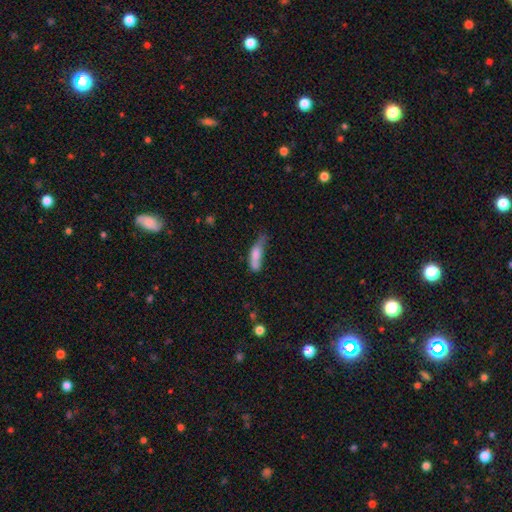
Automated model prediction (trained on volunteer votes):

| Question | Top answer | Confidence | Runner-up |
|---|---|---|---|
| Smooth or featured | smooth | 74% | featured or disk (18%) |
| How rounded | cigar-shaped | 51% | in between (46%) |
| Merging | minor disturbance | 38% | none (27%) |